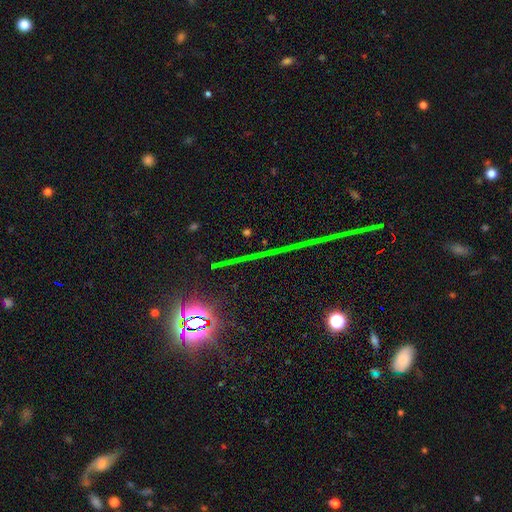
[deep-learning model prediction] A star or artifact, not a galaxy (82%).